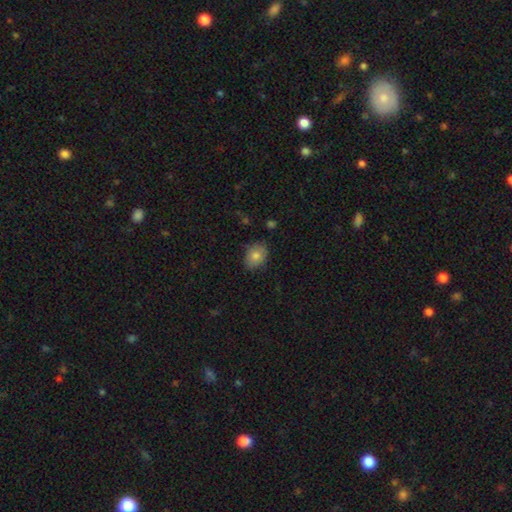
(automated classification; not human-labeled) smooth 81%, featured or disk 11%, star or artifact 9%. Down the decision tree: how rounded — in between (68%); merging — none (82%).